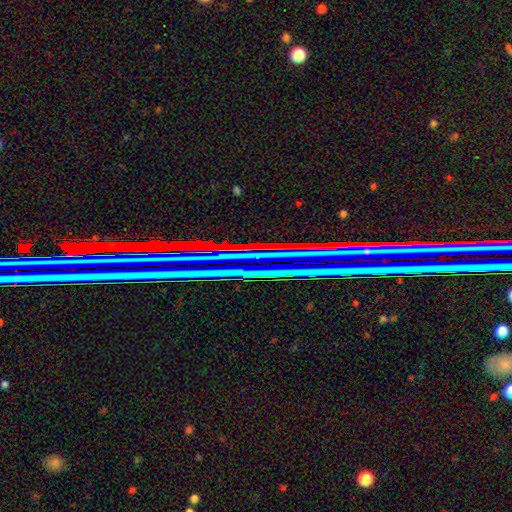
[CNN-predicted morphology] The model was most divided on "smooth or featured": star or artifact: 79%, featured or disk: 12%, smooth: 9%.